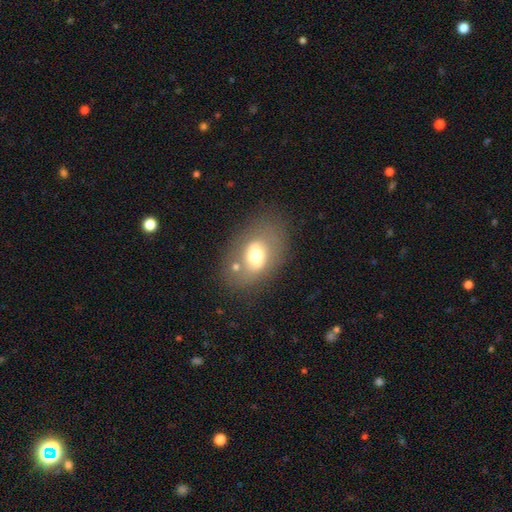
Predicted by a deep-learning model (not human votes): This appears to be a smooth galaxy with no disk features (55%) that is in between round and cigar-shaped (78%). Merging: none (65%).